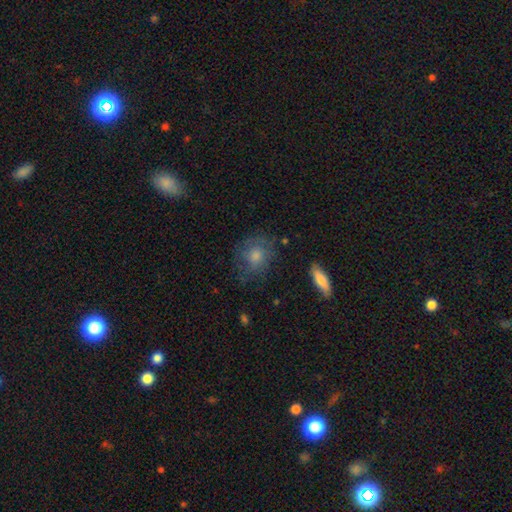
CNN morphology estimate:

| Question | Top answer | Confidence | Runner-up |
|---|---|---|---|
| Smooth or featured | smooth | 51% | featured or disk (37%) |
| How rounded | round | 69% | in between (29%) |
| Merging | none | 71% | minor disturbance (19%) |